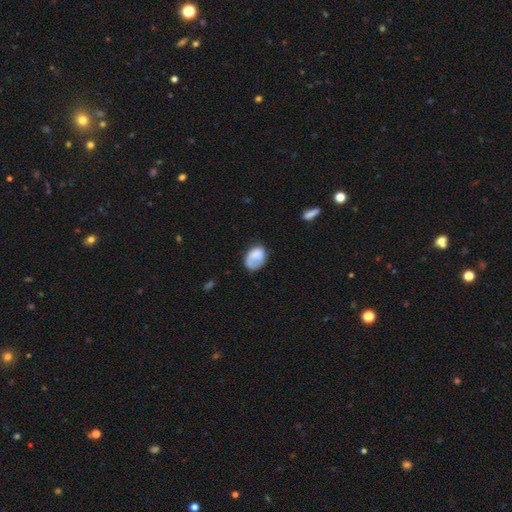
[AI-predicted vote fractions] Smooth or featured? smooth (75%)
How rounded? in between (75%)
Merging? none (53%)